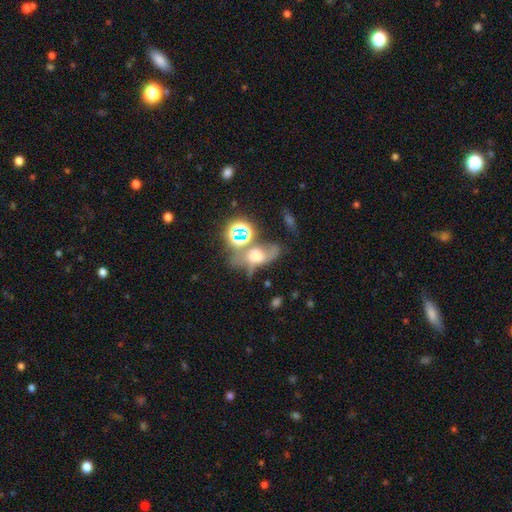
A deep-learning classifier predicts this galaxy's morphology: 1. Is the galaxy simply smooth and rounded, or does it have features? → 36% featured or disk (tied), 36% smooth (tied), 27% star or artifact.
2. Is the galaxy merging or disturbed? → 34% none, 26% merger, 22% major disturbance, 19% minor disturbance.